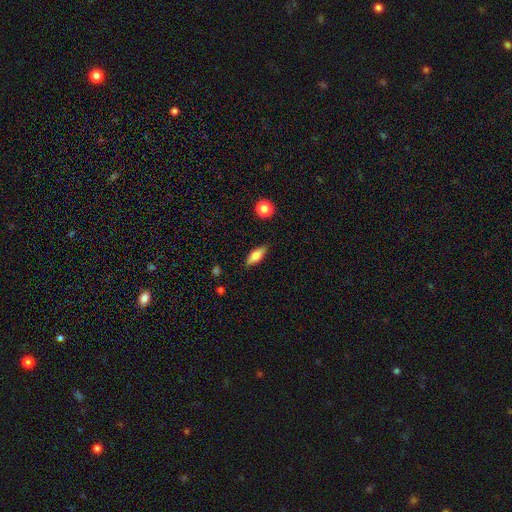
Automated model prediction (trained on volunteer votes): Smooth or featured: smooth — 76% (featured or disk — 17%)
How rounded: in between — 71% (cigar-shaped — 26%)
Merging: none — 84% (minor disturbance — 12%)